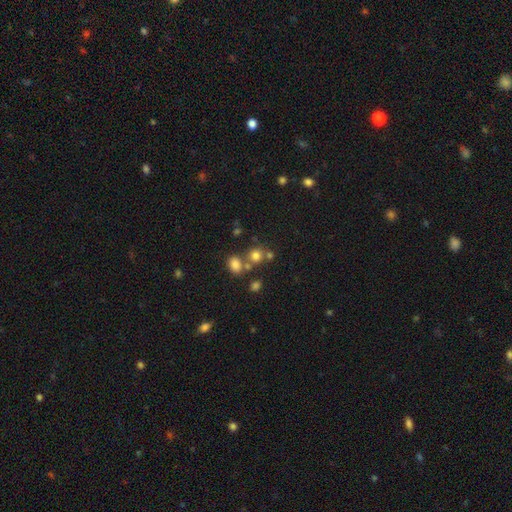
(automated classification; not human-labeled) A smooth galaxy with no disk features (73%) that is round (78%).

Vote fractions:
- Smooth or featured? smooth: 73% / star or artifact: 17% / featured or disk: 10%
- How rounded? round: 78% / in between: 21% / cigar-shaped: 1%
- Merging? none: 56% / merger: 30% / minor disturbance: 9% / major disturbance: 5%